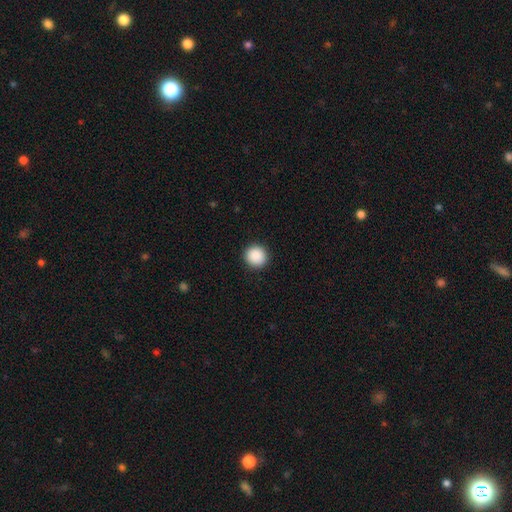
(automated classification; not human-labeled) smooth_or_featured: smooth (p=0.90) [alt: star or artifact p=0.08]
how_rounded: round (p=0.94) [alt: in between p=0.05]
merging: none (p=0.93) [alt: minor disturbance p=0.05]